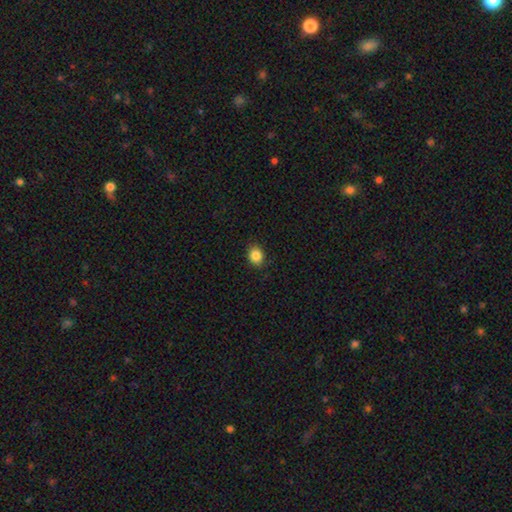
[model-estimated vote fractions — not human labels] Smooth or featured? smooth (86%)
How rounded? round (61%)
Merging? none (88%)